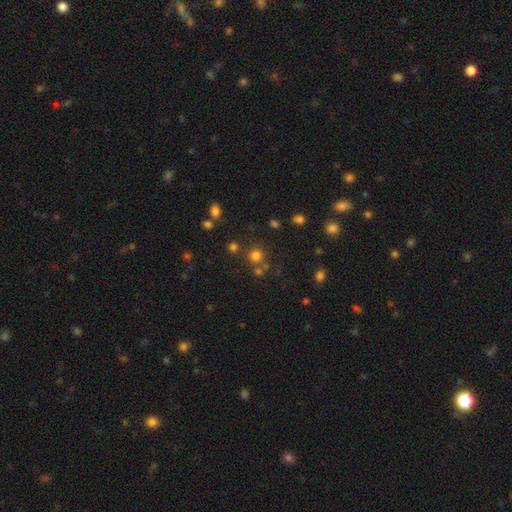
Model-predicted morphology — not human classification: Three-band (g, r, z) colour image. It shows a smooth galaxy with no disk features (72%) that is round (92%). Merging: none (73%).